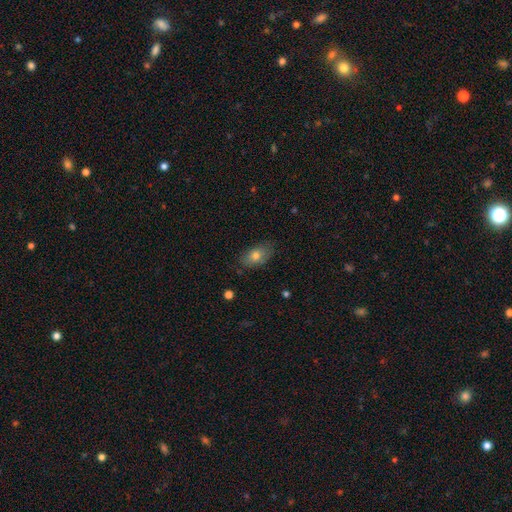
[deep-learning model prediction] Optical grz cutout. It shows a smooth galaxy with no disk features (76%) that is in between round and cigar-shaped (90%). Merging: none (80%).